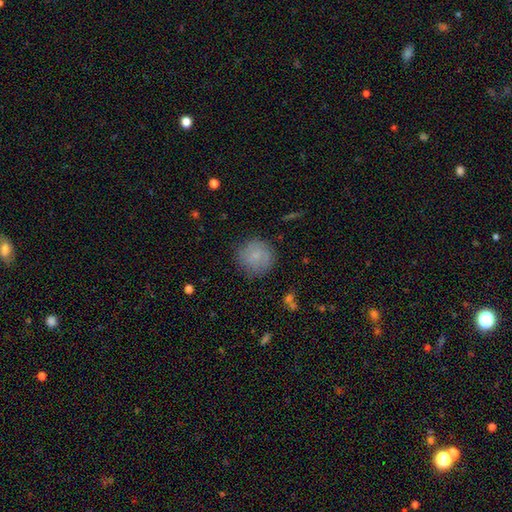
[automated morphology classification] A smooth galaxy with no disk features (78%) that is round (93%).

Vote fractions:
- Smooth or featured? smooth: 78% / featured or disk: 13% / star or artifact: 8%
- How rounded? round: 93% / in between: 6% / cigar-shaped: 1%
- Merging? none: 80% / minor disturbance: 14% / major disturbance: 4% / merger: 1%